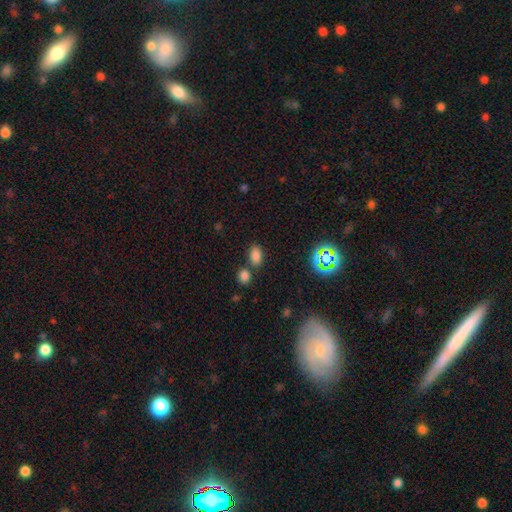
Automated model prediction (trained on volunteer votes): This is likely a smooth galaxy (78%). How rounded: clearly in between (86%). Merging: likely none (69%).